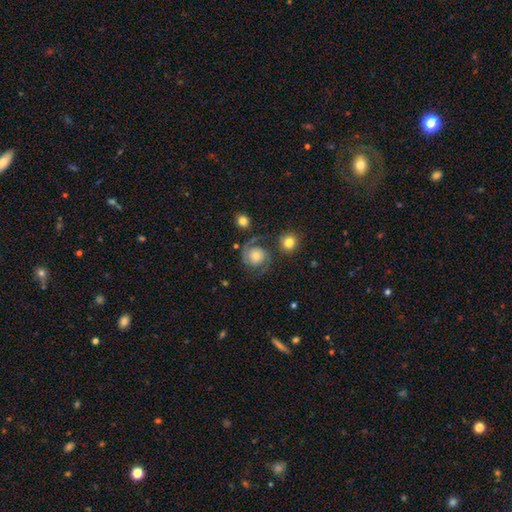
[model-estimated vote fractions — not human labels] This is likely a featured or disk galaxy (64%). It is clearly not viewed edge-on (98%). Bar: likely no (79%). Spiral arm pattern: clearly yes (92%). Spiral arm count: likely 2 (80%). Spiral winding: marginally medium (42%). Central bulge: marginally moderate (44%). Merging: likely none (64%).